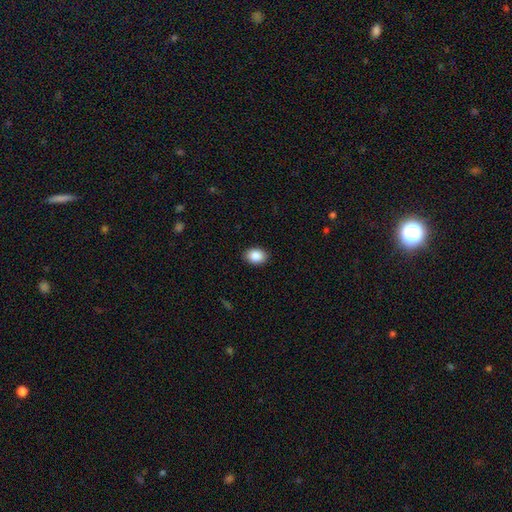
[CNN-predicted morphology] Smooth or featured?
  - smooth: 89% *
  - star or artifact: 8%
  - featured or disk: 3%
How rounded?
  - in between: 74% *
  - round: 25%
  - cigar-shaped: 1%
Merging?
  - none: 90% *
  - minor disturbance: 7%
  - major disturbance: 2%
  - merger: 1%